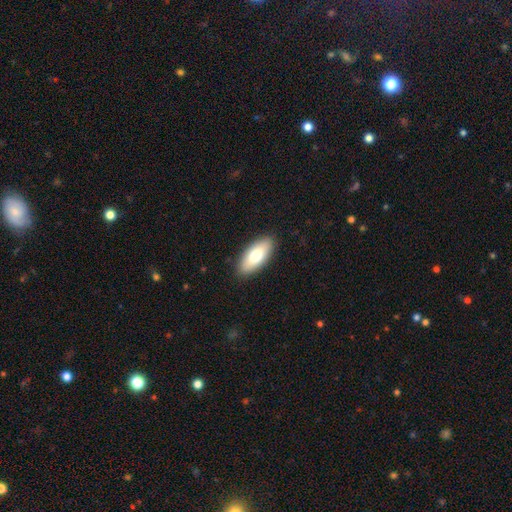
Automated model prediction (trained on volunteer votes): Q: Smooth or featured?
A: smooth (75%); runner-up: featured or disk (19%)
Q: How rounded?
A: in between (85%); runner-up: cigar-shaped (13%)
Q: Merging?
A: none (89%); runner-up: minor disturbance (8%)